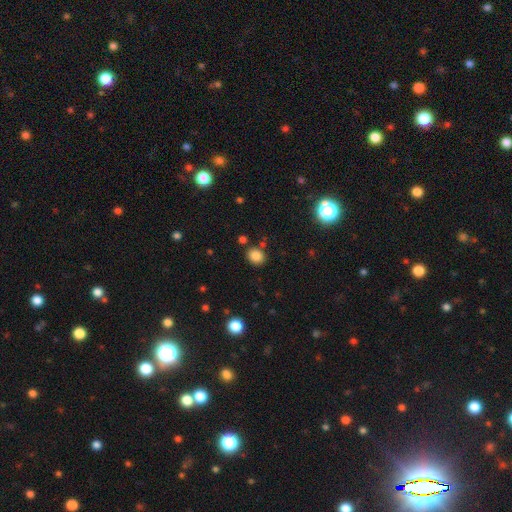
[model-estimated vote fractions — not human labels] Smooth or featured? smooth (83%)
How rounded? round (64%)
Merging? none (81%)